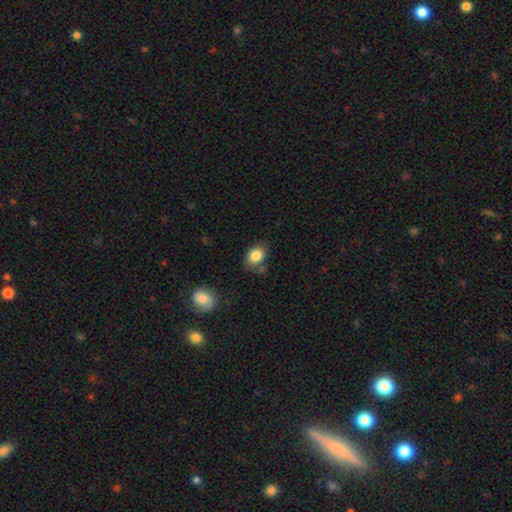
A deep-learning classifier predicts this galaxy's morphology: smooth 85%, star or artifact 9%, featured or disk 6%. Down the decision tree: how rounded — in between (66%); merging — none (74%).